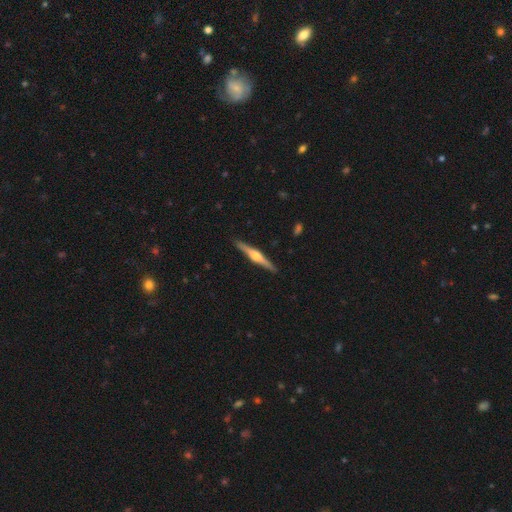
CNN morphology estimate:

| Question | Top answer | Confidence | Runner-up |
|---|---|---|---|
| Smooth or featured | featured or disk | 77% | smooth (19%) |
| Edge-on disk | yes | 98% | no (2%) |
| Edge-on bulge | rounded | 94% | boxy (4%) |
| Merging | none | 92% | minor disturbance (6%) |